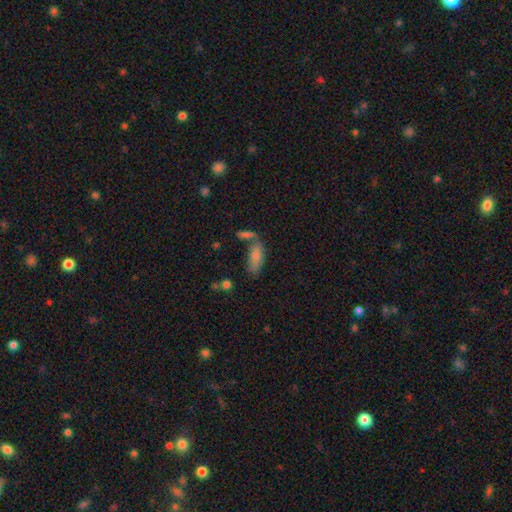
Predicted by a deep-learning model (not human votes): Overall: smooth (78%). How rounded: in between (73%). Merging: none (51%; merger 22%).